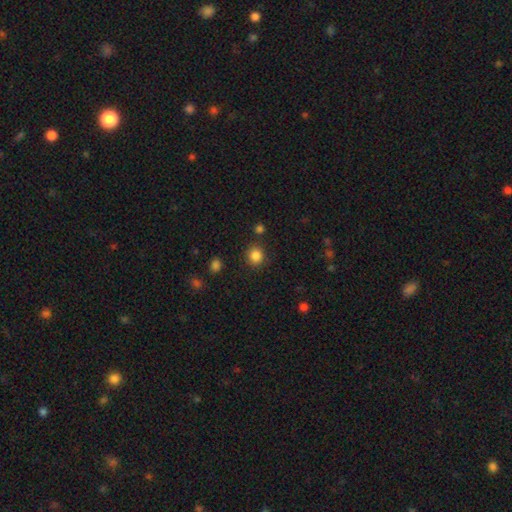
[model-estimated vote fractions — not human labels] Smooth or featured: smooth — 85% (star or artifact — 11%)
How rounded: round — 87% (in between — 12%)
Merging: none — 86% (minor disturbance — 8%)